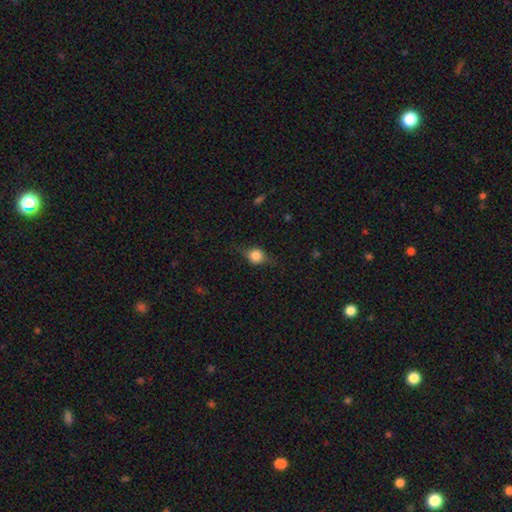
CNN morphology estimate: Smooth or featured? Predicted: smooth (p=0.62). How rounded? Predicted: round (p=0.73). Merging? Predicted: none (p=0.70).